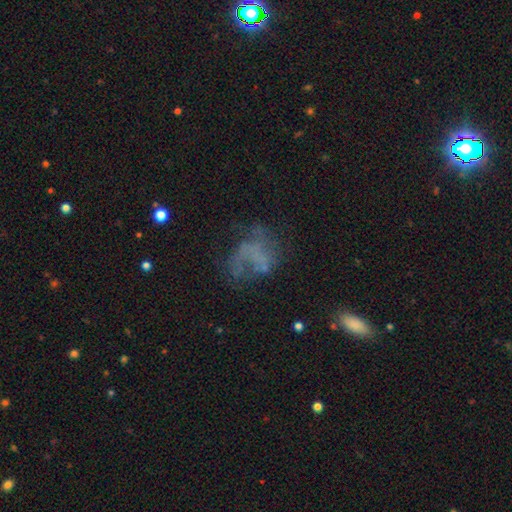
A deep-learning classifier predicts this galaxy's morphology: Smooth or featured?
  - featured or disk: 50% *
  - smooth: 32%
  - star or artifact: 19%
Merging?
  - none: 38% *
  - major disturbance: 37%
  - minor disturbance: 19%
  - merger: 6%